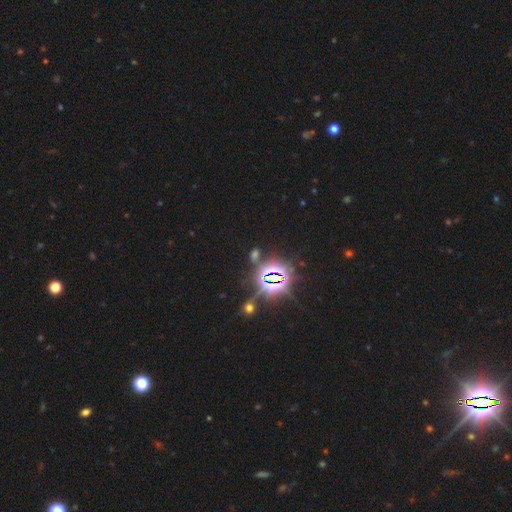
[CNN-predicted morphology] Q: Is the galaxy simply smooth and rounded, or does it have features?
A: star or artifact — 83%.